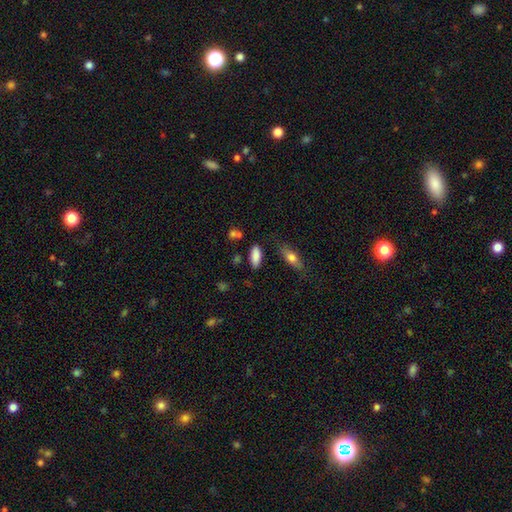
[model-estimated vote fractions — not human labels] smooth 84%, star or artifact 8%, featured or disk 8%. Down the decision tree: how rounded — in between (77%); merging — none (76%).